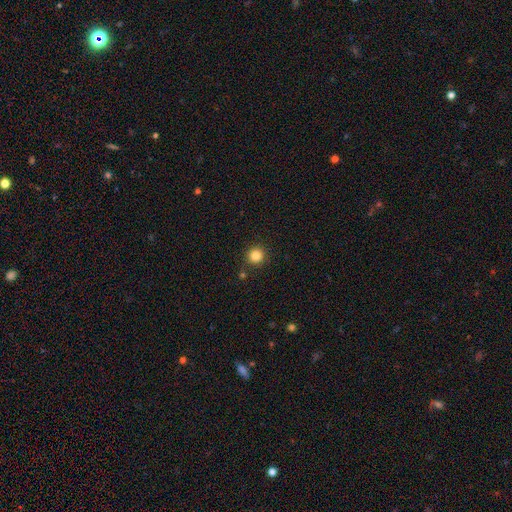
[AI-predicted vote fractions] Overall: smooth (84%). How rounded: round (94%). Merging: none (88%).